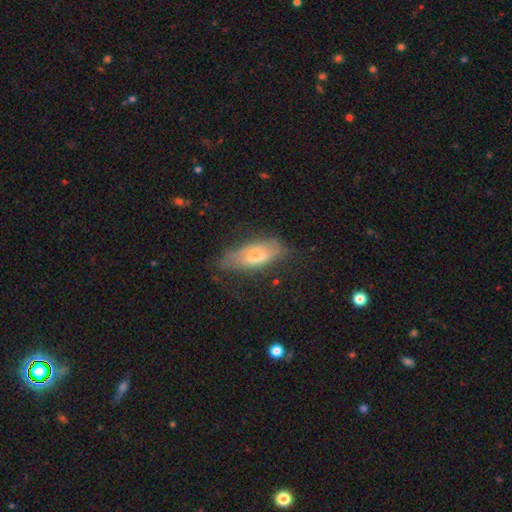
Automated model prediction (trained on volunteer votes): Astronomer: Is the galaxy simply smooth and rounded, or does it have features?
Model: smooth — 57% (runner-up: featured or disk, 36%).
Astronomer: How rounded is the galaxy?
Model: in between — 70%.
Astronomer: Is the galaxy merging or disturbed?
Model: none — 55%.